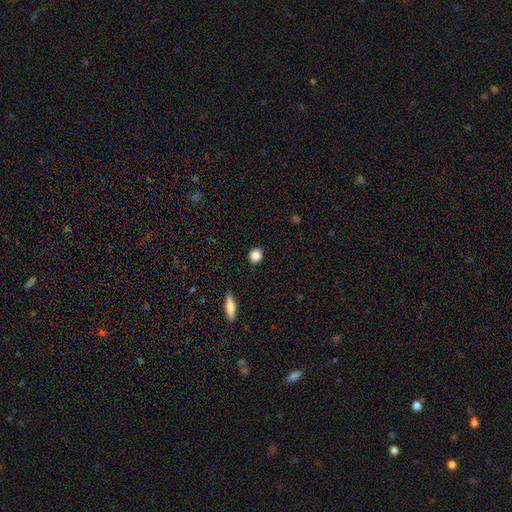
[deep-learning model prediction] smooth 85%, star or artifact 9%, featured or disk 6%. Down the decision tree: how rounded — round (85%); merging — none (90%).